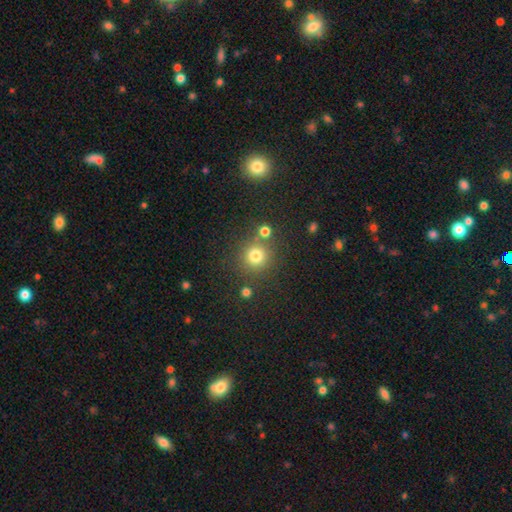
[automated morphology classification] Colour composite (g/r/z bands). It shows a smooth galaxy with no disk features (77%) that is round (93%). Merging: none (77%).